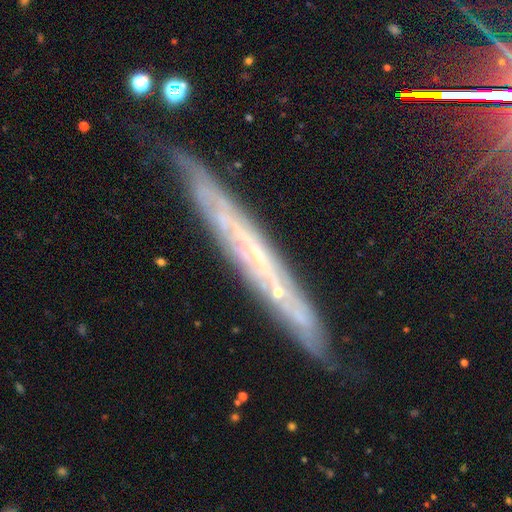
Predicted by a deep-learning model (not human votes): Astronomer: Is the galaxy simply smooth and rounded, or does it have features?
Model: featured or disk — 72%.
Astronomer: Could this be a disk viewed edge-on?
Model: yes — 81%.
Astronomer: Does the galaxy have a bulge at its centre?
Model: none — 82%.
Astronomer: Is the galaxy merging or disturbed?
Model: none — 79%.